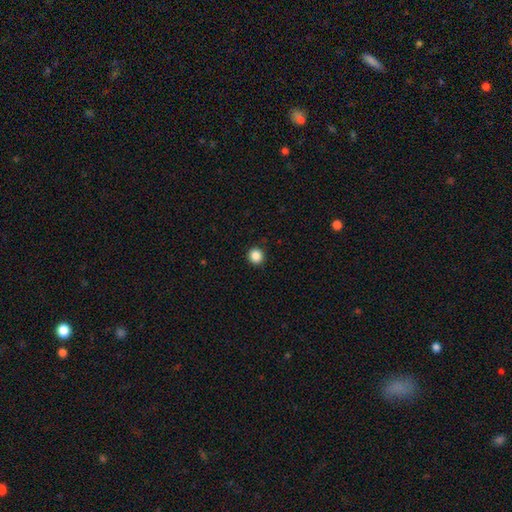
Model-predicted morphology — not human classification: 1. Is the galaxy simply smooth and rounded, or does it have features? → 87% smooth, 10% star or artifact, 3% featured or disk.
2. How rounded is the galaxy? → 92% round, 7% in between, 1% cigar-shaped.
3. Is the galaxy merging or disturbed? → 93% none, 5% minor disturbance, 2% major disturbance, 1% merger.